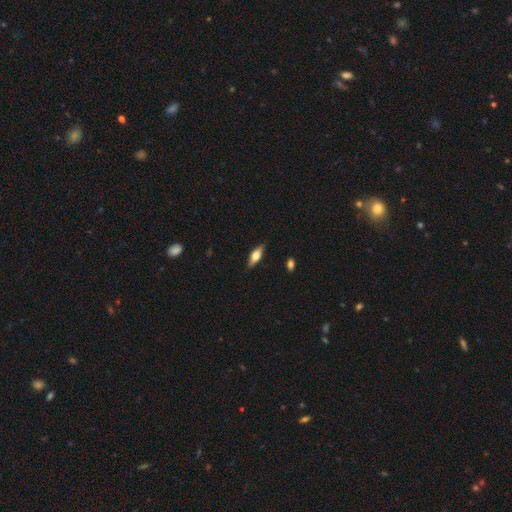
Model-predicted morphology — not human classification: A smooth galaxy with no disk features (54%) that is in between round and cigar-shaped (63%). Merging: none (86%).